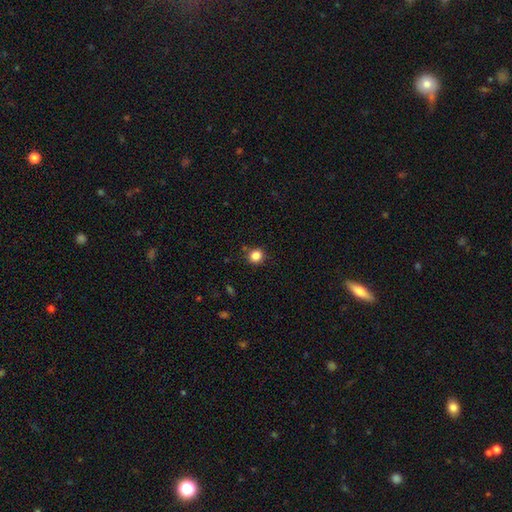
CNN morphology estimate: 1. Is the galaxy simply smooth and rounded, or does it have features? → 84% smooth, 12% star or artifact, 4% featured or disk.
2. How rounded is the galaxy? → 87% round, 12% in between, 1% cigar-shaped.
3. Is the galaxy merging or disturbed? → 87% none, 9% minor disturbance, 2% major disturbance, 2% merger.